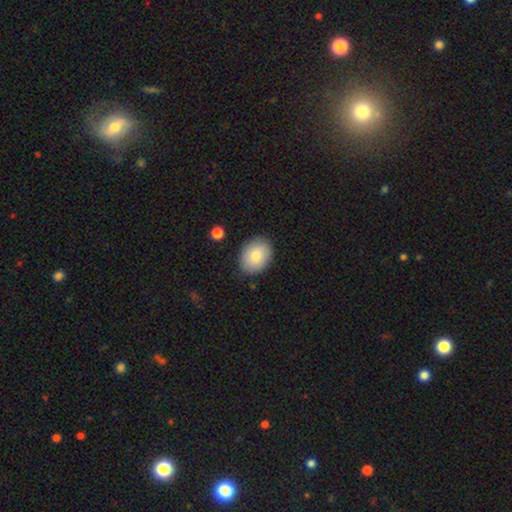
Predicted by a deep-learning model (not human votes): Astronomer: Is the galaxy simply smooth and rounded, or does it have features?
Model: smooth — 84%.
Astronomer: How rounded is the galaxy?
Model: in between — 69%.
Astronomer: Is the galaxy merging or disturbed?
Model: none — 84%.